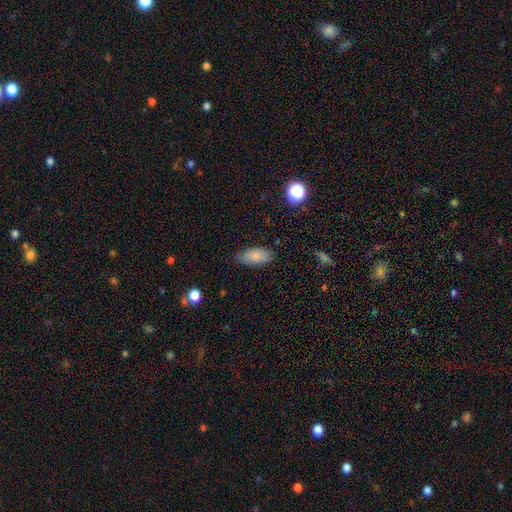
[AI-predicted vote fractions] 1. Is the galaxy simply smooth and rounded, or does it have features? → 85% smooth, 8% featured or disk, 7% star or artifact.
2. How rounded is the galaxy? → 89% in between, 9% cigar-shaped, 2% round.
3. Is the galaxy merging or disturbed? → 77% none, 18% minor disturbance, 3% major disturbance, 1% merger.